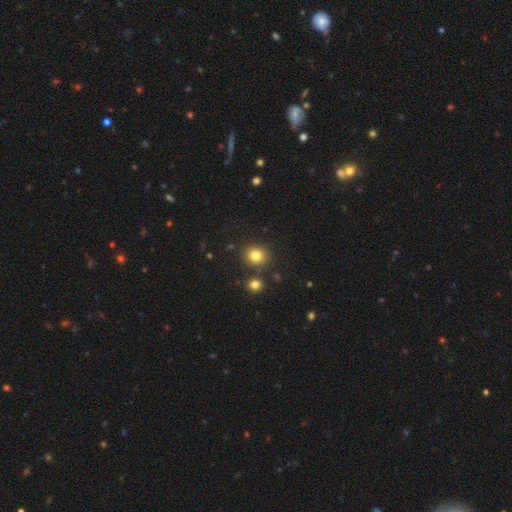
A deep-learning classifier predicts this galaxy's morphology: smooth-or-featured: smooth: 81% | star or artifact: 13% | featured or disk: 6%
  how-rounded: round: 79% | in between: 20% | cigar-shaped: 1%
  merging: none: 82% | minor disturbance: 8% | merger: 7% | major disturbance: 3%